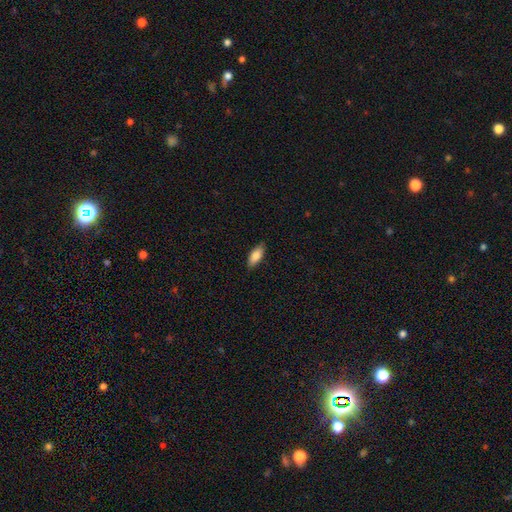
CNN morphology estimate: Smooth or featured? Predicted: smooth (p=0.83). How rounded? Predicted: in between (p=0.83). Merging? Predicted: none (p=0.85).